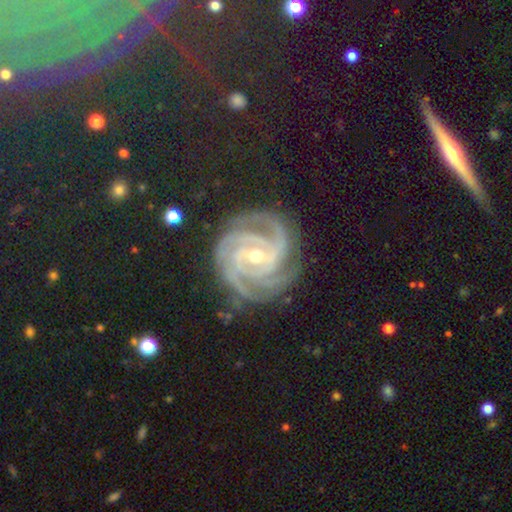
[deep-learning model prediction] Morphology: type=featured or disk (90%); edge-on=no (98%); bar=weak (42%); spiral arms=yes (99%); winding=tight (78%); arm count=3 (38%); bulge=moderate (53%); merging=none (80%).